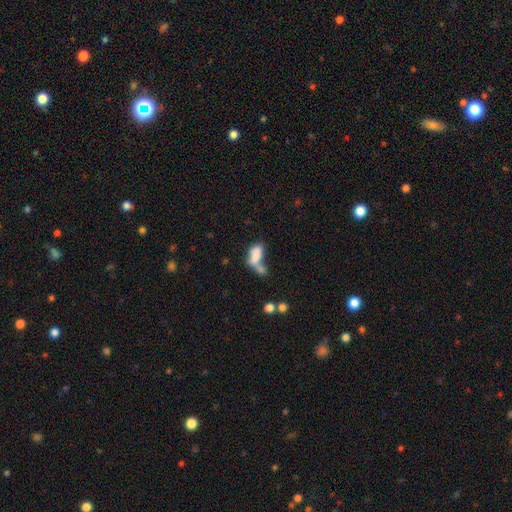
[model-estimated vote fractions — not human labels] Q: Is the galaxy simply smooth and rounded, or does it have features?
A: smooth — 69%.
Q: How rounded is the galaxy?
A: in between — 82%.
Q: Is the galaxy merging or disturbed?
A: merger — 56%.